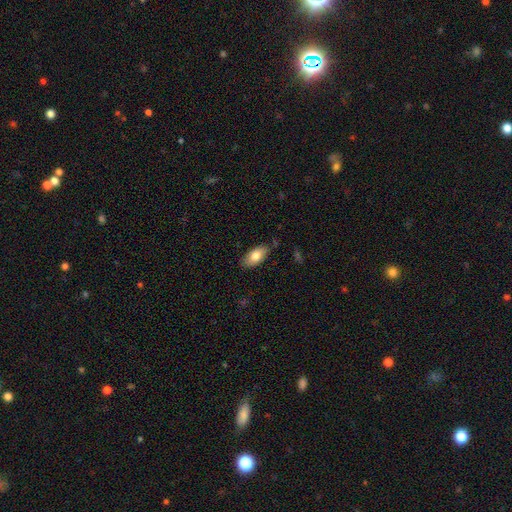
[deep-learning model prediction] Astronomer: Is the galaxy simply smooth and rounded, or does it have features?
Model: smooth — 79%.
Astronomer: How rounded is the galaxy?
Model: in between — 91%.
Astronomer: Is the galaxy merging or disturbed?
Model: none — 83%.